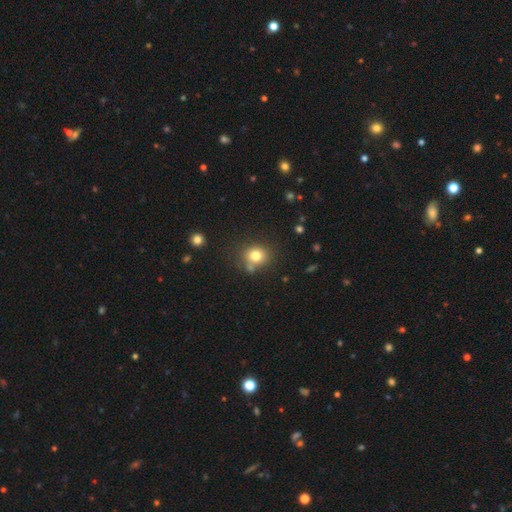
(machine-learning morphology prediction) Q: Smooth or featured?
A: smooth (78%); runner-up: star or artifact (13%)
Q: How rounded?
A: round (78%); runner-up: in between (21%)
Q: Merging?
A: none (72%); runner-up: minor disturbance (14%)